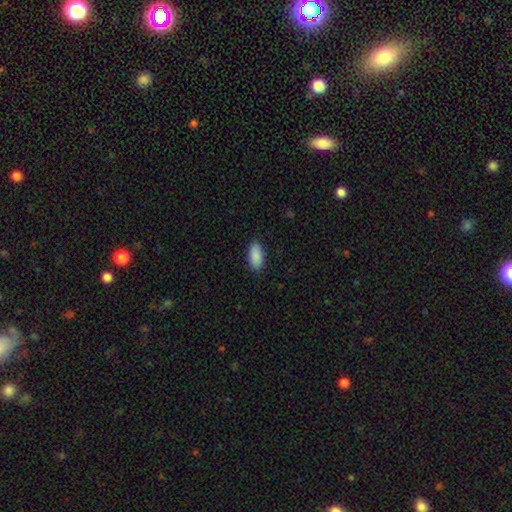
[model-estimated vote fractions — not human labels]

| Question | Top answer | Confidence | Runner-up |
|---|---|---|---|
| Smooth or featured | smooth | 90% | star or artifact (6%) |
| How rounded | in between | 92% | cigar-shaped (6%) |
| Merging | none | 86% | minor disturbance (11%) |